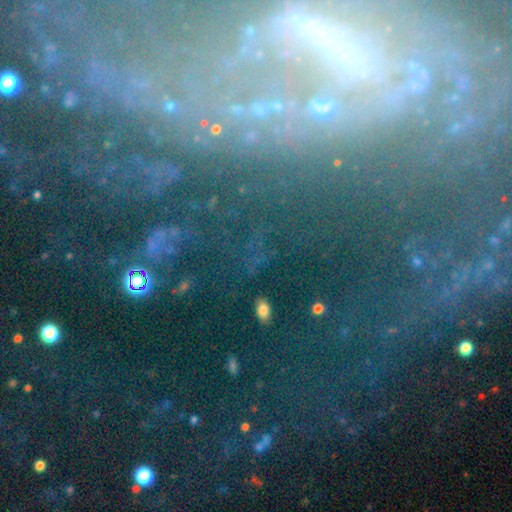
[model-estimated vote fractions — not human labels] A star or artifact, not a galaxy (48%).

Vote fractions:
- Smooth or featured? star or artifact: 48% / featured or disk: 35% / smooth: 17%